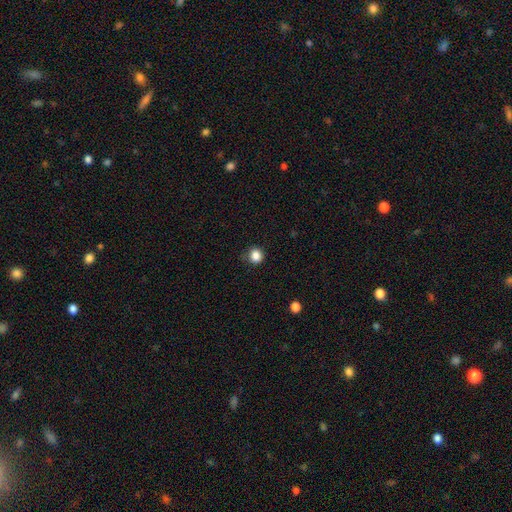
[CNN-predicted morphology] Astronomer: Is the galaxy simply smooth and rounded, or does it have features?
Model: smooth — 85%.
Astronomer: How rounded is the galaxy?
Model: round — 87%.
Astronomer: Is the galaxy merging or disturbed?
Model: none — 81%.